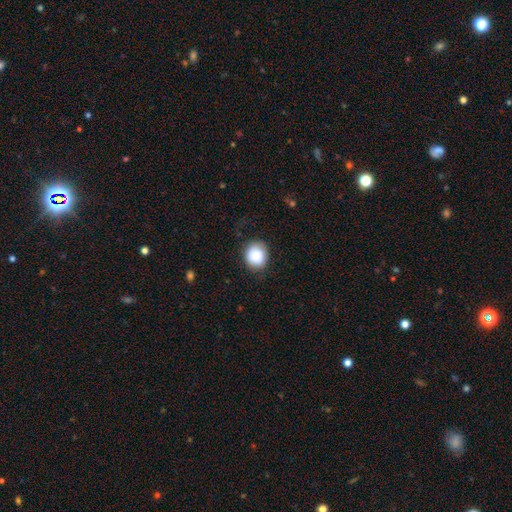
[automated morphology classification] The model was most divided on "how rounded": round: 76%, in between: 23%, cigar-shaped: 1%. More confident: smooth or featured — smooth (87%); merging — none (81%).